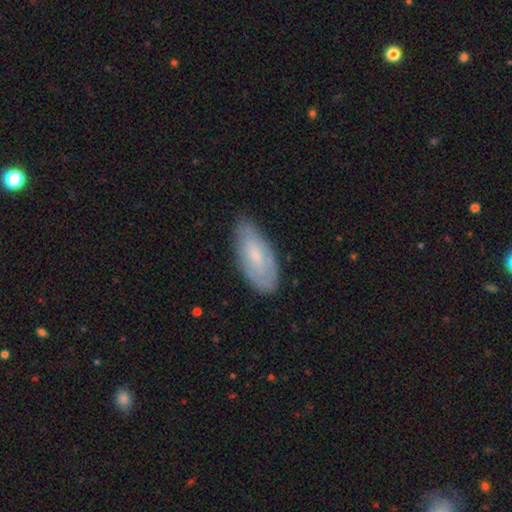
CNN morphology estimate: The model was most divided on "smooth or featured": smooth: 51%, featured or disk: 42%, star or artifact: 7%. More confident: how rounded — in between (84%); merging — none (76%).